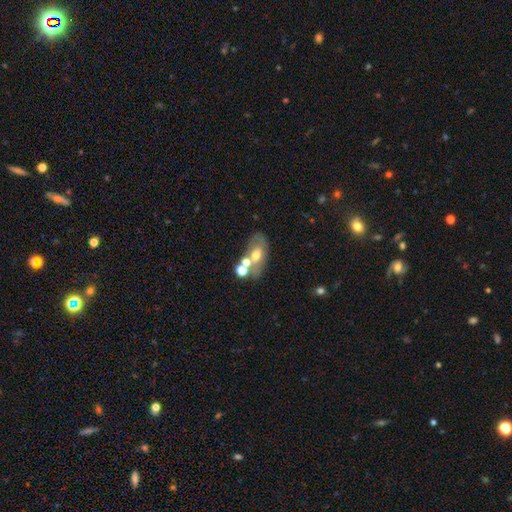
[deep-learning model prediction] Smooth or featured? Predicted: smooth (p=0.48). Merging? Predicted: none (p=0.49).